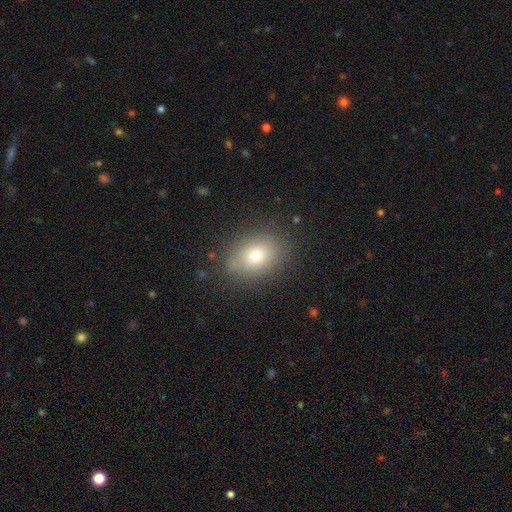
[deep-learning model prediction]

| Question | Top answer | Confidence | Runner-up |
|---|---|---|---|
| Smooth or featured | smooth | 75% | star or artifact (13%) |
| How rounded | in between | 62% | round (36%) |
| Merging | none | 83% | minor disturbance (11%) |